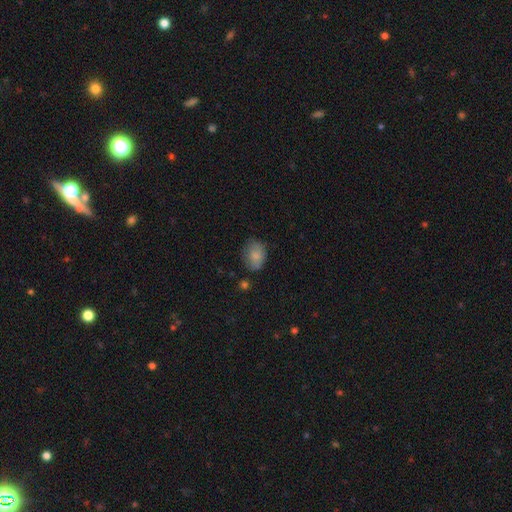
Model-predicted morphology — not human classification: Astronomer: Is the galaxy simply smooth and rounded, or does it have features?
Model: smooth — 81%.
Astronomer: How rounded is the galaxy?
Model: in between — 59% (runner-up: round, 40%).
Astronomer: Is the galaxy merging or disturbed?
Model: none — 65%.